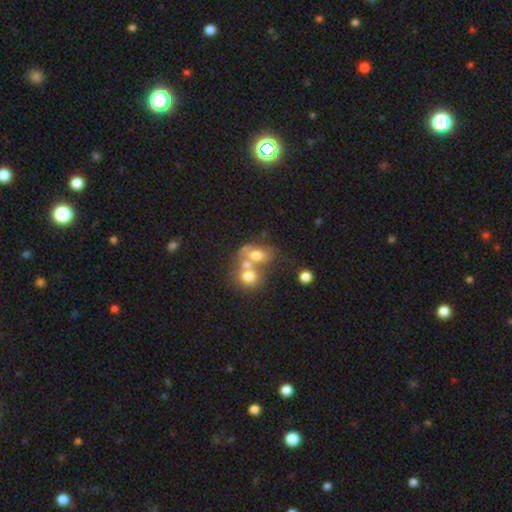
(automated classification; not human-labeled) smooth 61%, featured or disk 27%, star or artifact 13%. Down the decision tree: how rounded — in between (58%); merging — merger (61%).